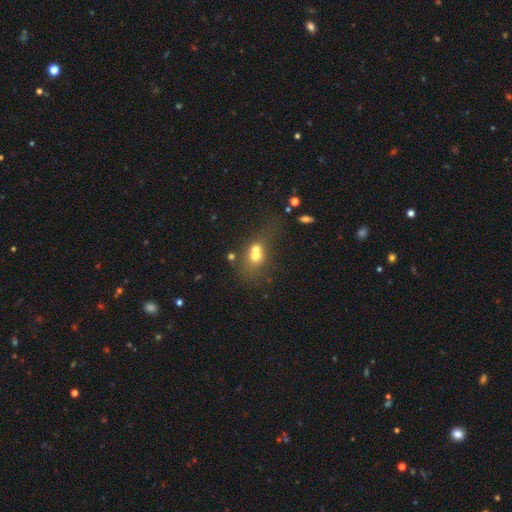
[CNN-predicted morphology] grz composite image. It shows a smooth galaxy with no disk features (59%) that is round (60%). Merging: merger (64%).